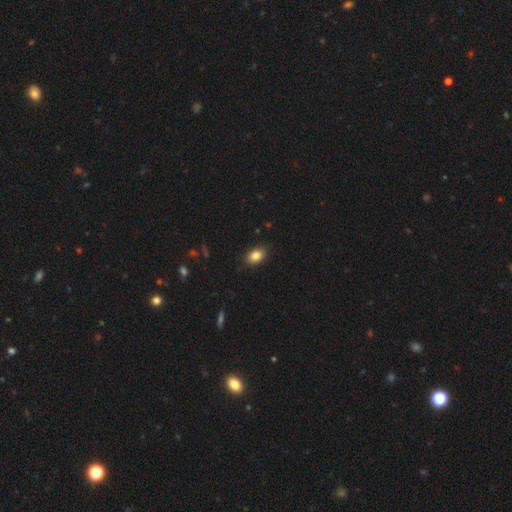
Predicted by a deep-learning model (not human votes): This appears to be a smooth galaxy with no disk features (85%) that is in between round and cigar-shaped (82%). Merging: none (86%).